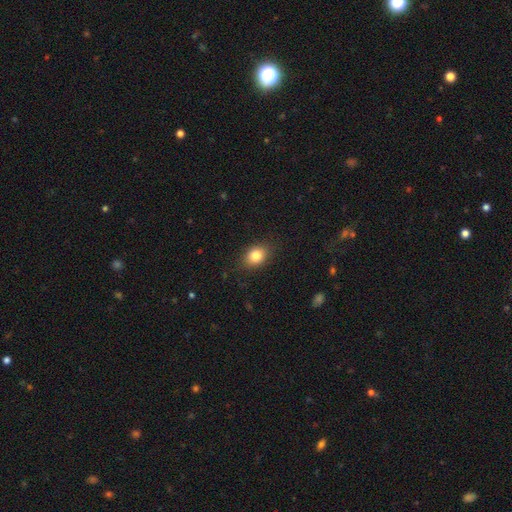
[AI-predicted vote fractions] Smooth or featured? smooth (82%)
How rounded? in between (63%)
Merging? none (86%)